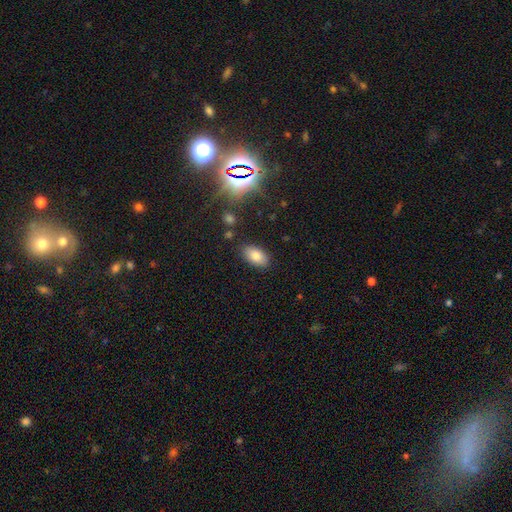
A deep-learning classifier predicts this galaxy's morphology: smooth 80%, star or artifact 11%, featured or disk 9%. Down the decision tree: how rounded — in between (93%); merging — none (84%).